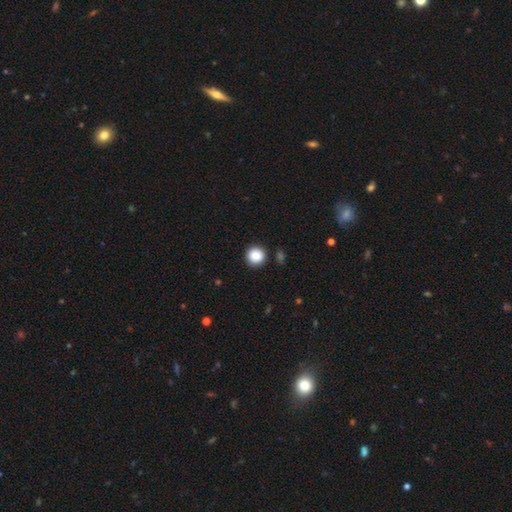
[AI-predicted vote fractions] smooth 88%, star or artifact 9%, featured or disk 3%. Down the decision tree: how rounded — round (94%); merging — none (89%).